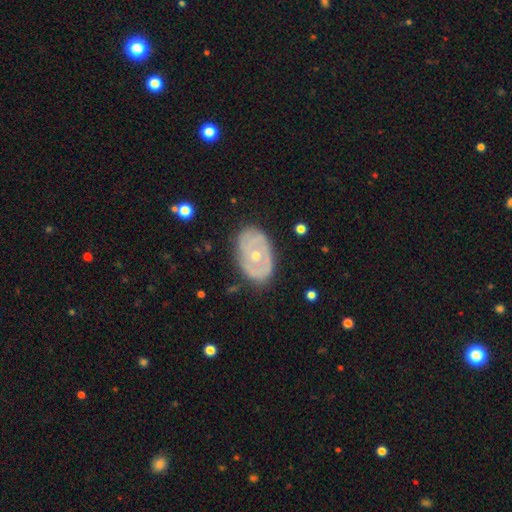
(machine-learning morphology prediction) Smooth or featured?
  - featured or disk: 73% *
  - smooth: 20%
  - star or artifact: 6%
Edge-on disk?
  - no: 94% *
  - yes: 6%
Bar?
  - no: 80% *
  - weak: 16%
  - strong: 5%
Spiral arms?
  - yes: 58% *
  - no: 42%
Bulge size?
  - small: 50% *
  - moderate: 47%
  - large: 1%
  - none: 1%
  - dominant: 1%
Merging?
  - none: 79% *
  - minor disturbance: 16%
  - major disturbance: 4%
  - merger: 1%